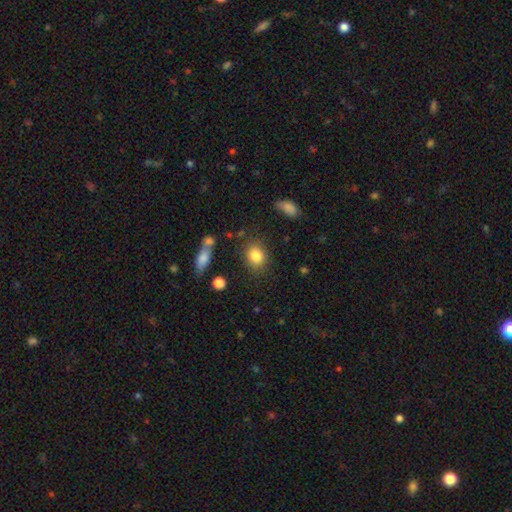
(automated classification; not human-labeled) smooth_or_featured: smooth (p=0.84) [alt: star or artifact p=0.09]
how_rounded: round (p=0.51) [alt: in between p=0.47]
merging: none (p=0.78) [alt: minor disturbance p=0.13]